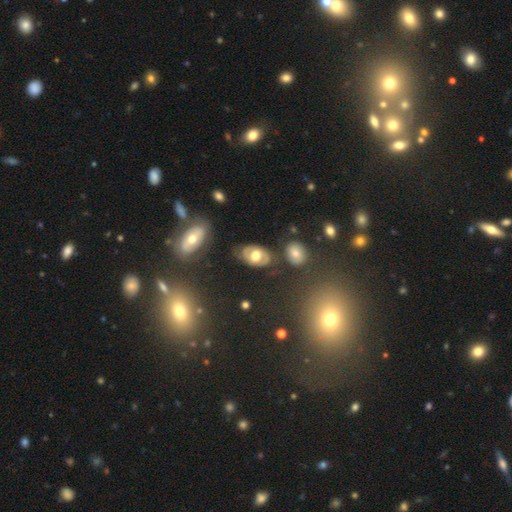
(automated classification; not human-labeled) smooth-or-featured: featured or disk: 52% | smooth: 39% | star or artifact: 9%
  disk-edge-on: no: 93% | yes: 7%
  merging: none: 73% | minor disturbance: 16% | major disturbance: 7% | merger: 4%